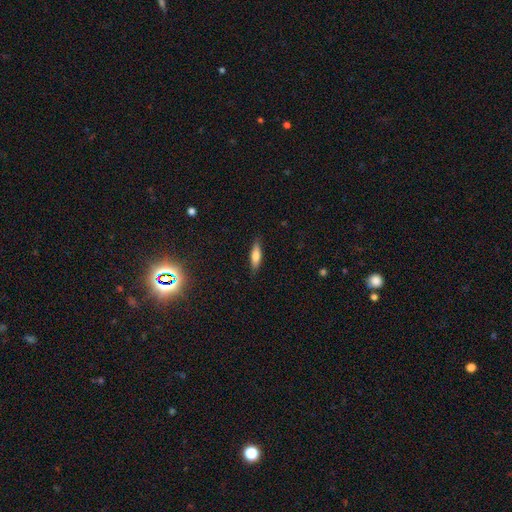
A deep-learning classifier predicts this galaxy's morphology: smooth-or-featured: smooth: 65% | featured or disk: 27% | star or artifact: 7%
  how-rounded: cigar-shaped: 60% | in between: 38% | round: 2%
  merging: none: 85% | minor disturbance: 12% | major disturbance: 2% | merger: 1%